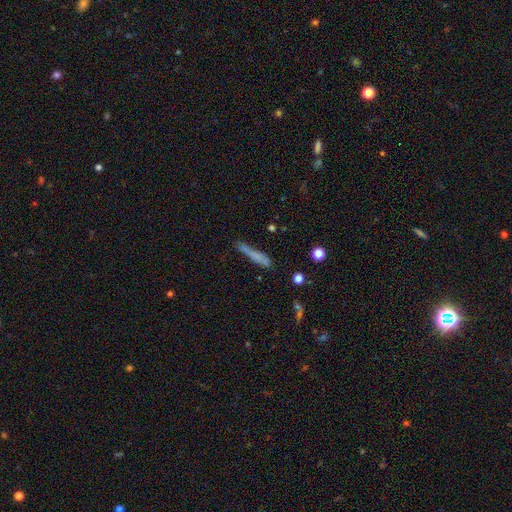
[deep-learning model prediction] Smooth or featured? smooth (64%)
How rounded? cigar-shaped (91%)
Merging? none (63%)